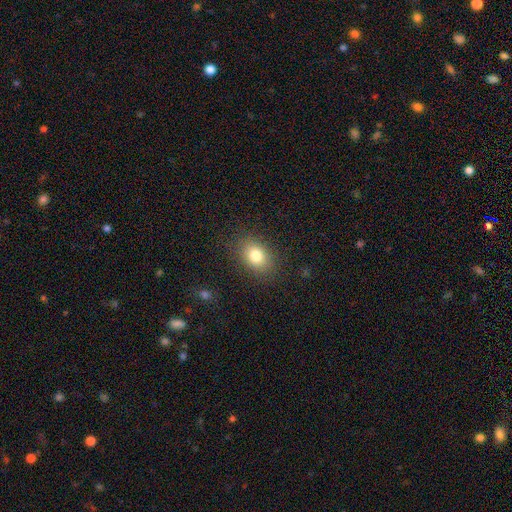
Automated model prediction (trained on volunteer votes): A smooth galaxy with no disk features (80%) that is in between round and cigar-shaped (72%). Merging: none (85%).